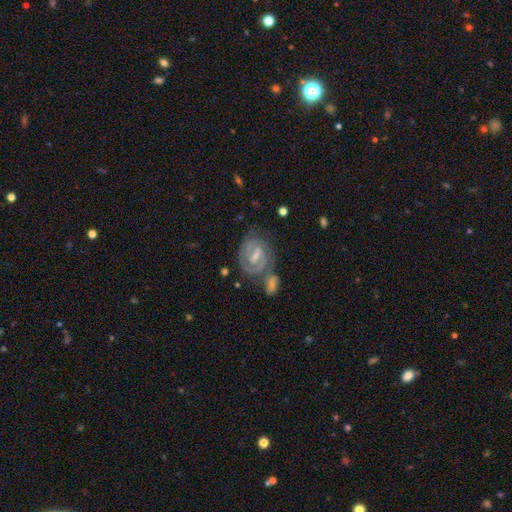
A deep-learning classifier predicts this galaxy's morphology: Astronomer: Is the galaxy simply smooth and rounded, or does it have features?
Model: featured or disk — 85%.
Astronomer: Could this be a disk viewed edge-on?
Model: no — 97%.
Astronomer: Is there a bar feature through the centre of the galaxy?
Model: weak — 49% (runner-up: strong, 38%).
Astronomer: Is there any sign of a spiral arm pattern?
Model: yes — 95%.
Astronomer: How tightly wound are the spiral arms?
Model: tight — 61%.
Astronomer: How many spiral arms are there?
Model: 2 — 78%.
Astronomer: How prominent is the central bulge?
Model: small — 52% (runner-up: moderate, 36%).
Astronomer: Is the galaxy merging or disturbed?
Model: none — 59%.